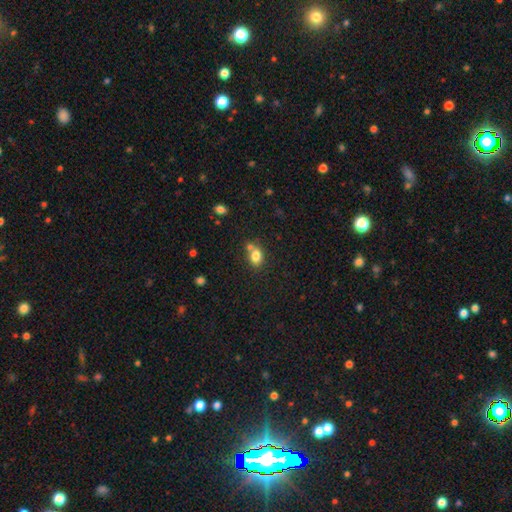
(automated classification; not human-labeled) This appears to be a smooth galaxy with no disk features (80%) that is in between round and cigar-shaped (65%). Merging: none (54%).